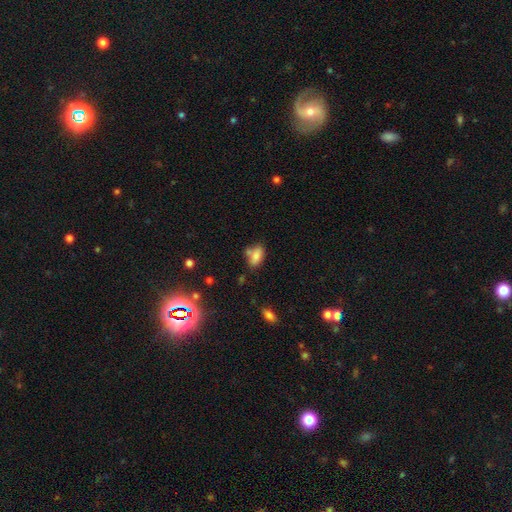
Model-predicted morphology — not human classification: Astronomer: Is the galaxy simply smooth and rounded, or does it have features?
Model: smooth — 79%.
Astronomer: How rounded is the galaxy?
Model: in between — 88%.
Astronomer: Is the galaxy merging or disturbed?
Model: none — 53%.